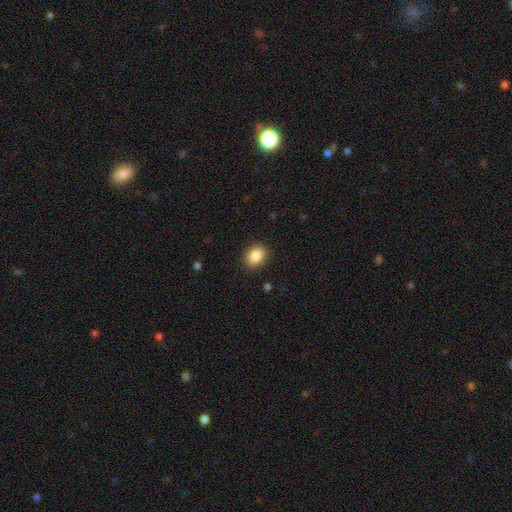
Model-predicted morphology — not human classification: A smooth galaxy with no disk features (87%) that is in between round and cigar-shaped (62%). Merging: none (88%).